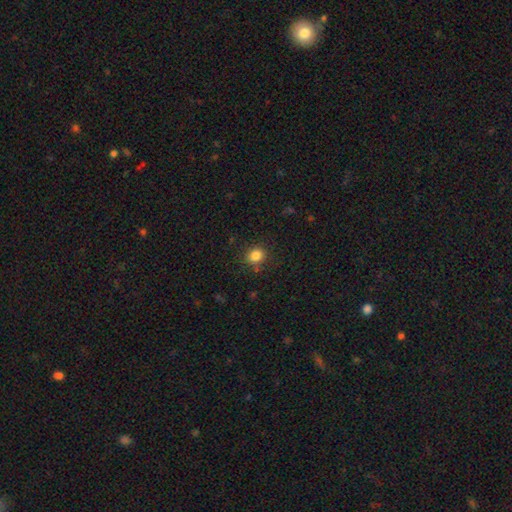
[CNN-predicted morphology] The model was most divided on "how rounded": round: 75%, in between: 24%, cigar-shaped: 1%. More confident: smooth or featured — smooth (84%); merging — none (84%).